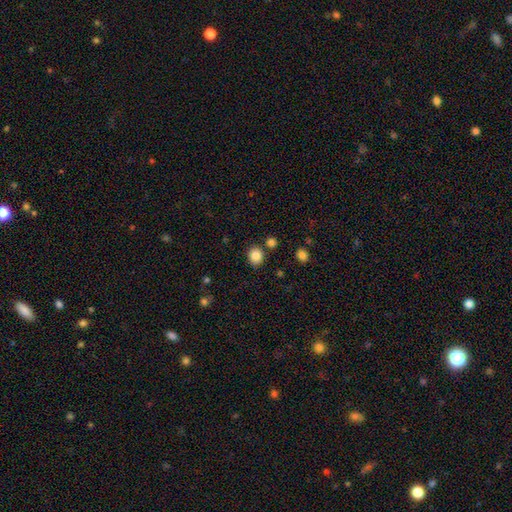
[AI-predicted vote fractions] Smooth or featured? Predicted: smooth (p=0.86). How rounded? Predicted: round (p=0.75). Merging? Predicted: none (p=0.81).